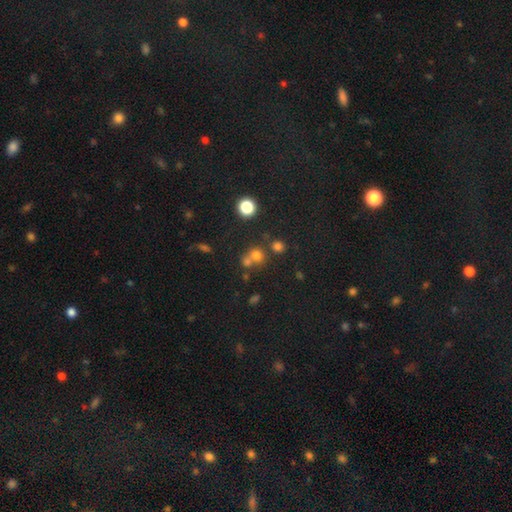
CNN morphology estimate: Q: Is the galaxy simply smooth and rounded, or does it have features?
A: smooth — 63%.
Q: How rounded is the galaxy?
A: round — 82%.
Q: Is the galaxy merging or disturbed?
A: none — 47%.